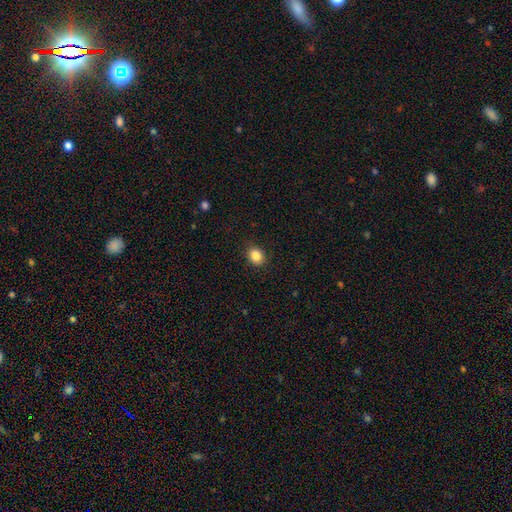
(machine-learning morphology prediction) smooth_or_featured: smooth (p=0.86) [alt: star or artifact p=0.10]
how_rounded: round (p=0.57) [alt: in between p=0.42]
merging: none (p=0.89) [alt: minor disturbance p=0.08]